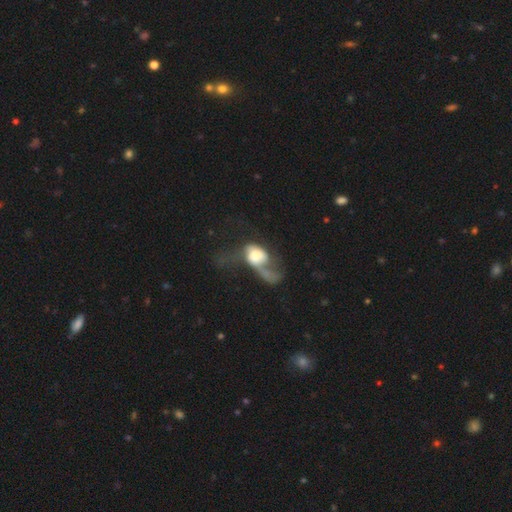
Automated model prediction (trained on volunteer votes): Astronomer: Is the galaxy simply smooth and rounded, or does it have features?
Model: featured or disk — 47% (runner-up: smooth, 45%).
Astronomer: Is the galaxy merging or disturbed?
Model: major disturbance — 63%.